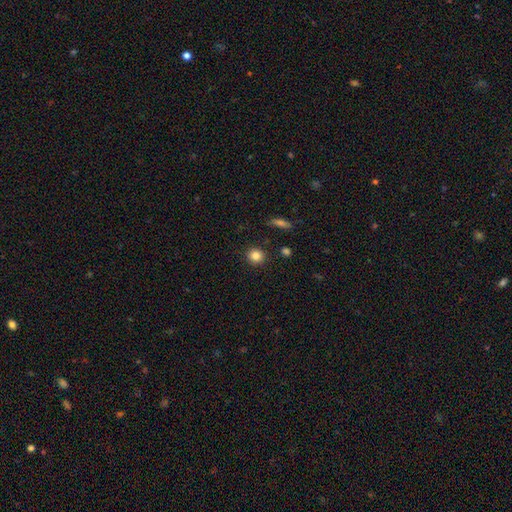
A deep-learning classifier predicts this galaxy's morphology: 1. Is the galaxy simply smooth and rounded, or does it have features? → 84% smooth, 11% star or artifact, 5% featured or disk.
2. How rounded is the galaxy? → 90% round, 9% in between, 1% cigar-shaped.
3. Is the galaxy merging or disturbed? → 90% none, 6% minor disturbance, 2% major disturbance, 2% merger.